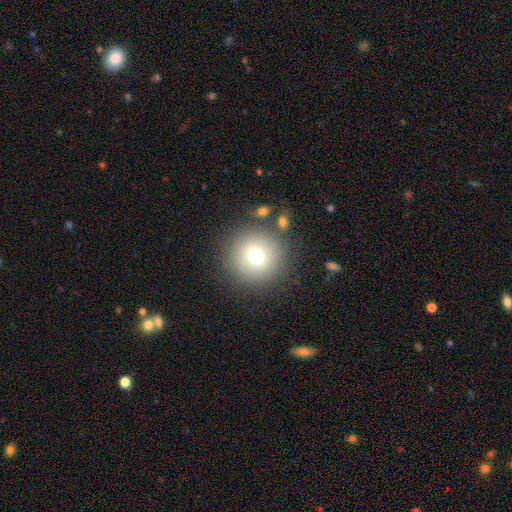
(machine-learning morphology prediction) Smooth or featured: smooth — 72% (featured or disk — 14%)
How rounded: round — 95% (in between — 4%)
Merging: none — 84% (minor disturbance — 8%)